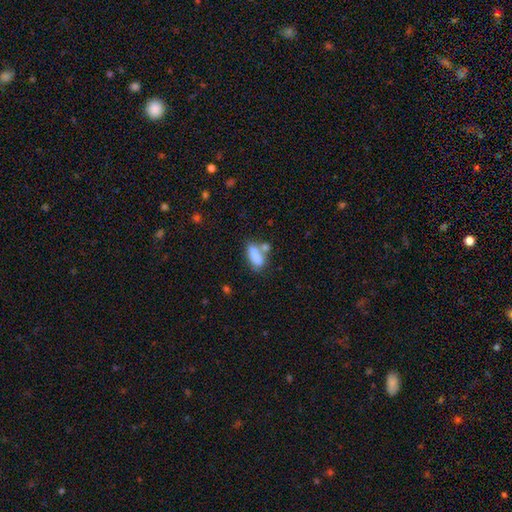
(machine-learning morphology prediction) A smooth galaxy with no disk features (79%) that is in between round and cigar-shaped (64%). Merging: none (43%).